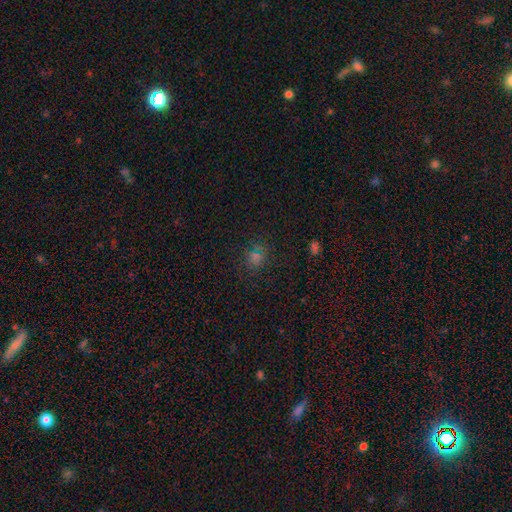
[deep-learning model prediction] smooth-or-featured: smooth: 61% | star or artifact: 32% | featured or disk: 7%
  how-rounded: round: 70% | in between: 29% | cigar-shaped: 1%
  merging: none: 77% | minor disturbance: 12% | merger: 6% | major disturbance: 4%